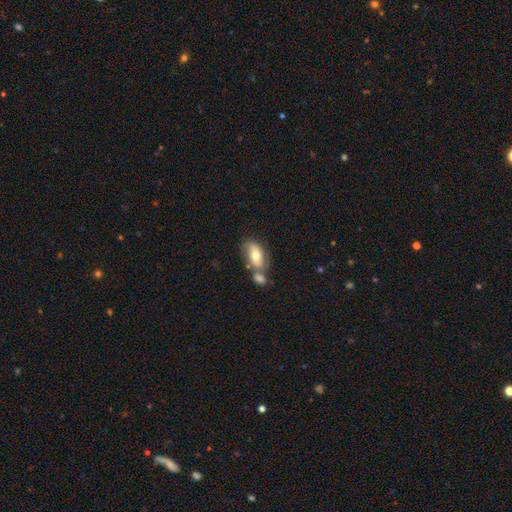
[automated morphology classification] Smooth or featured?
  - smooth: 67% *
  - featured or disk: 27%
  - star or artifact: 7%
How rounded?
  - in between: 90% *
  - round: 5%
  - cigar-shaped: 5%
Merging?
  - none: 41% *
  - merger: 40%
  - minor disturbance: 14%
  - major disturbance: 5%